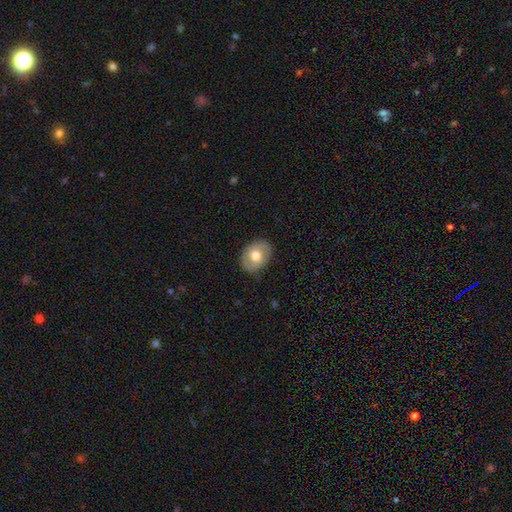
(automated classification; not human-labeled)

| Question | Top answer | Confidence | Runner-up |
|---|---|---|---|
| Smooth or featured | smooth | 52% | featured or disk (41%) |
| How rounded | in between | 65% | round (34%) |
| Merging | none | 84% | minor disturbance (12%) |